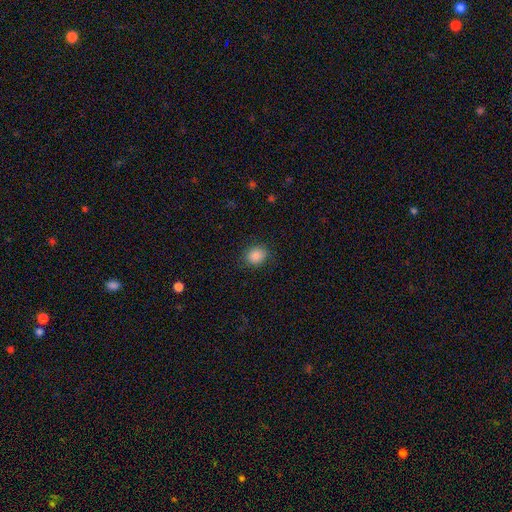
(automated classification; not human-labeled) Smooth or featured?
  - smooth: 87% *
  - star or artifact: 9%
  - featured or disk: 4%
How rounded?
  - round: 60% *
  - in between: 39%
  - cigar-shaped: 1%
Merging?
  - none: 85% *
  - minor disturbance: 10%
  - major disturbance: 3%
  - merger: 1%